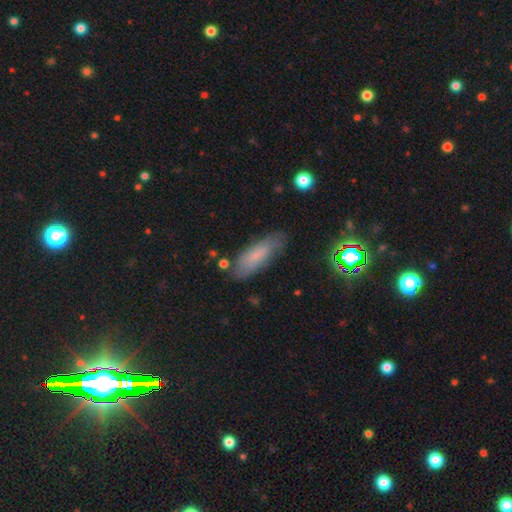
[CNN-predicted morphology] Smooth or featured?
  - smooth: 67% *
  - featured or disk: 22%
  - star or artifact: 11%
How rounded?
  - in between: 58% *
  - cigar-shaped: 40%
  - round: 2%
Merging?
  - none: 71% *
  - minor disturbance: 21%
  - major disturbance: 5%
  - merger: 3%